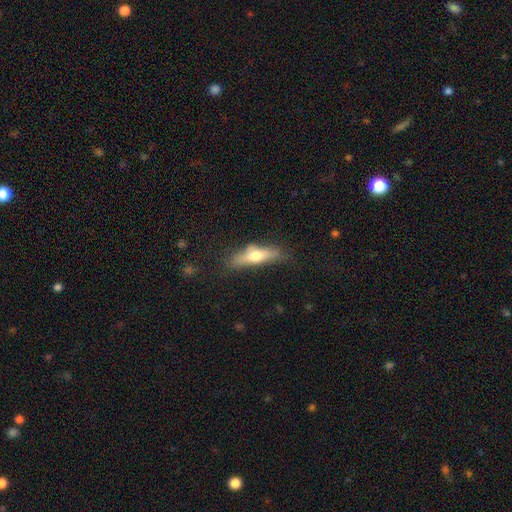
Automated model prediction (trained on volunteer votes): Smooth or featured? Predicted: smooth (p=0.54). How rounded? Predicted: cigar-shaped (p=0.65). Merging? Predicted: none (p=0.66).